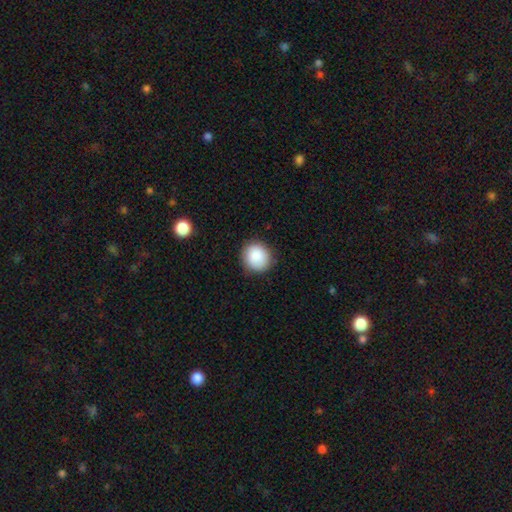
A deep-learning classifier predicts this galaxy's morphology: This is clearly a smooth galaxy (87%). How rounded: clearly round (88%). Merging: clearly none (88%).